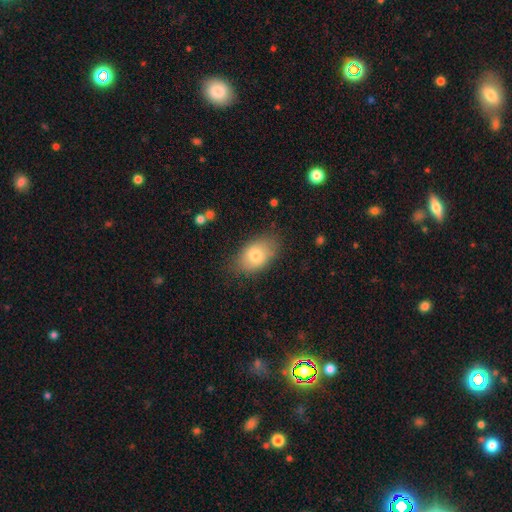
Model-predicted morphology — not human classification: Smooth or featured: smooth — 76% (featured or disk — 16%)
How rounded: in between — 85% (round — 13%)
Merging: none — 76% (minor disturbance — 18%)